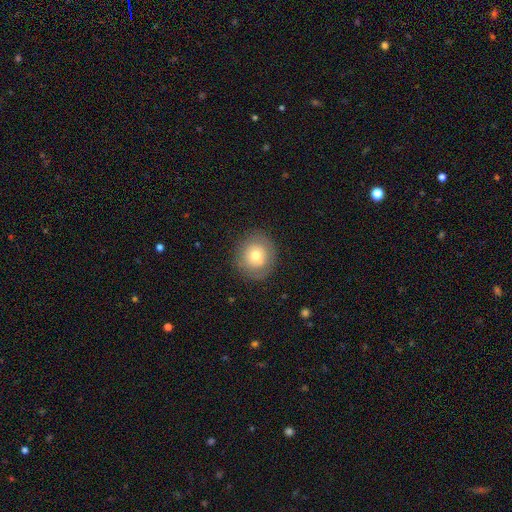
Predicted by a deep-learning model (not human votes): Morphology: type=smooth (66%); roundness=round (88%); merging=none (84%).